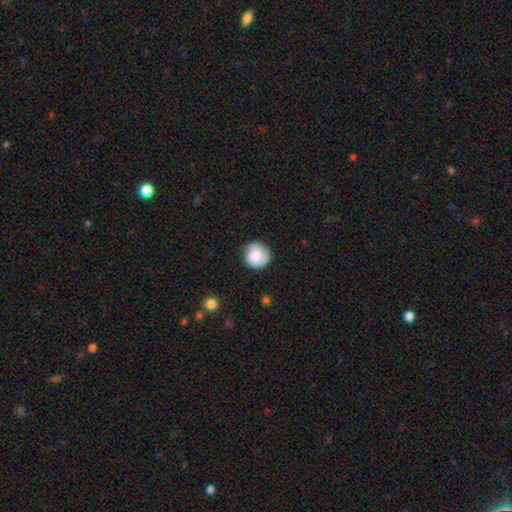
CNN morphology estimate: Overall: smooth (69%). How rounded: round (91%). Merging: none (78%).